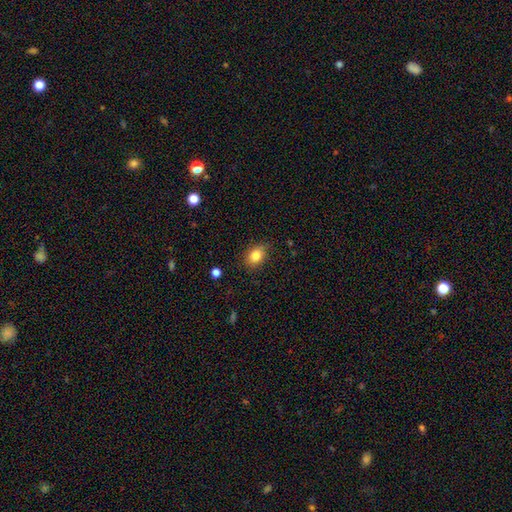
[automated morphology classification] This appears to be a smooth galaxy with no disk features (82%) that is in between round and cigar-shaped (69%). Merging: none (79%).